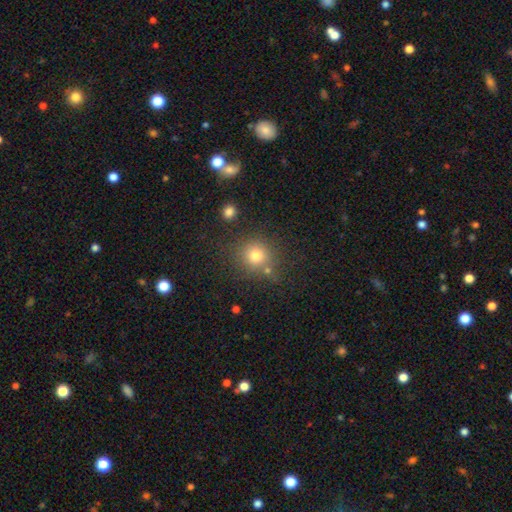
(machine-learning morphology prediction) A smooth galaxy with no disk features (76%) that is round (89%).

Vote fractions:
- Smooth or featured? smooth: 76% / star or artifact: 16% / featured or disk: 9%
- How rounded? round: 89% / in between: 10% / cigar-shaped: 1%
- Merging? none: 74% / minor disturbance: 12% / merger: 10% / major disturbance: 5%